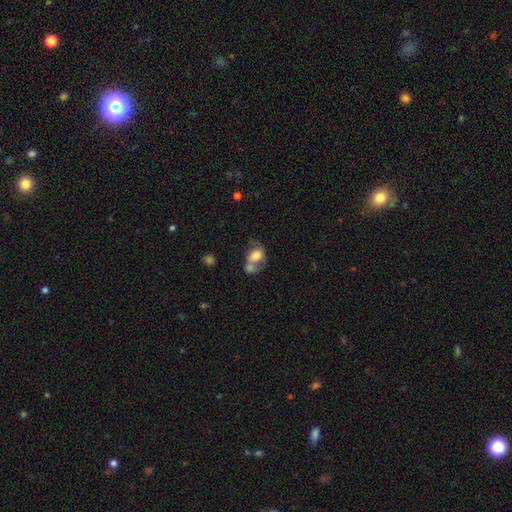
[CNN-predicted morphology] smooth_or_featured: smooth (p=0.62) [alt: featured or disk p=0.29]
how_rounded: in between (p=0.66) [alt: round p=0.33]
merging: merger (p=0.53) [alt: none p=0.22]